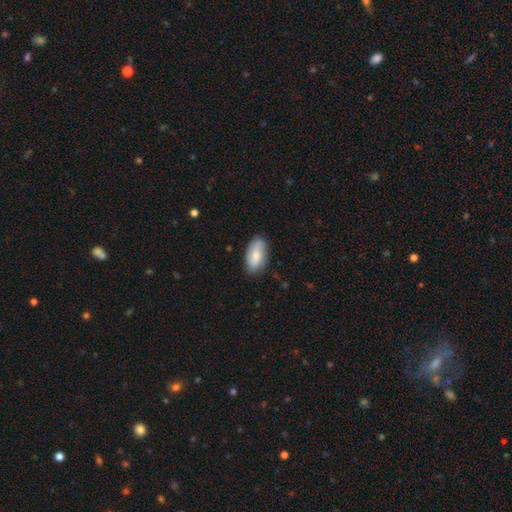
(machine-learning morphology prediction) The model was most divided on "smooth or featured": smooth: 74%, featured or disk: 20%, star or artifact: 6%. More confident: how rounded — in between (91%); merging — none (81%).